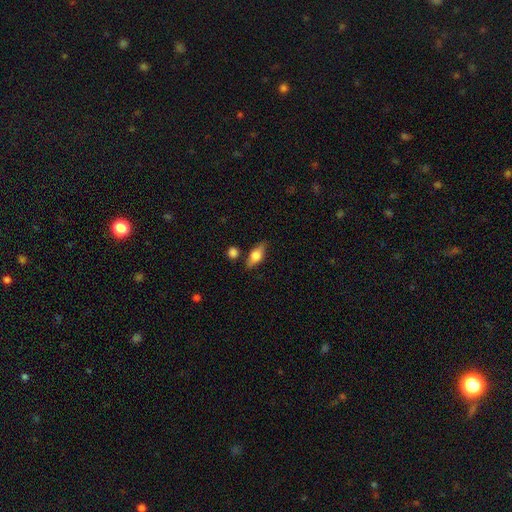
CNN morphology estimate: This appears to be a smooth galaxy with no disk features (61%) that is in between round and cigar-shaped (72%). Merging: none (80%).